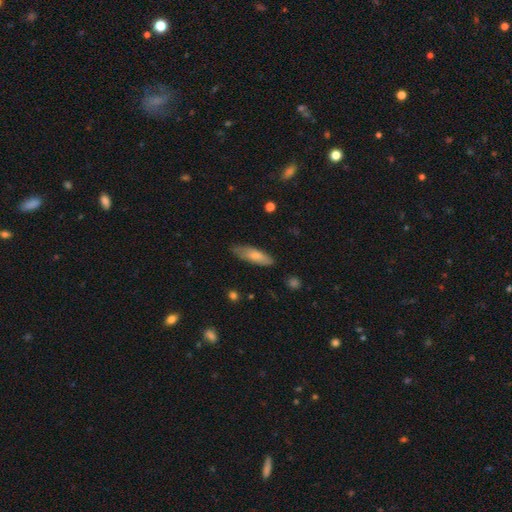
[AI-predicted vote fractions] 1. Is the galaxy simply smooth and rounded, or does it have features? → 73% smooth, 21% featured or disk, 6% star or artifact.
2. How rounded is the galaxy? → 51% in between, 47% cigar-shaped, 2% round.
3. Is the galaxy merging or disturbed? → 72% none, 23% minor disturbance, 4% major disturbance, 1% merger.